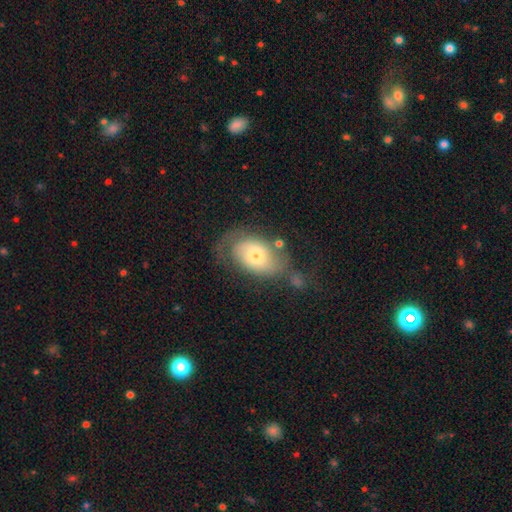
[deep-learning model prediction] Smooth or featured? Predicted: smooth (p=0.50). How rounded? Predicted: in between (p=0.82). Merging? Predicted: none (p=0.44).